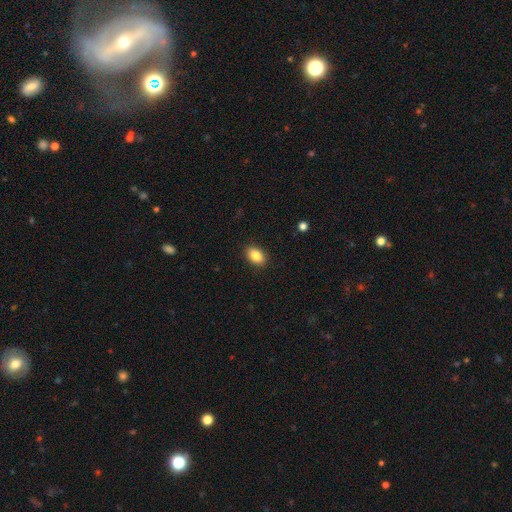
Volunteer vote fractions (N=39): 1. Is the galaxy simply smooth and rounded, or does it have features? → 95% smooth, 3% featured or disk, 3% star or artifact.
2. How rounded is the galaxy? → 86% in between, 8% round, 5% cigar-shaped.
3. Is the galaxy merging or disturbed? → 92% none, 5% minor disturbance, 3% merger, 0% major disturbance.